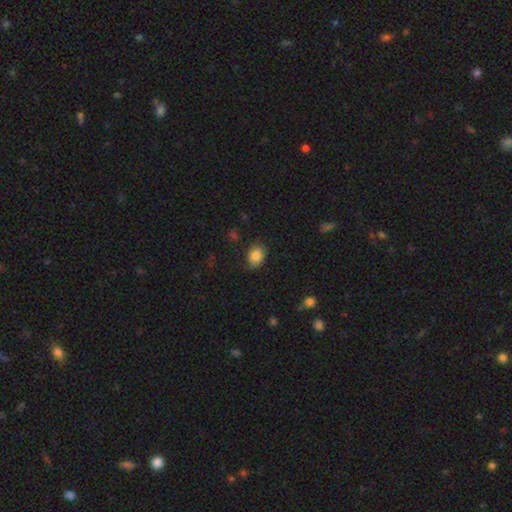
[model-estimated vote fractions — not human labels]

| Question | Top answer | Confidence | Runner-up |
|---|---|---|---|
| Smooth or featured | smooth | 83% | star or artifact (9%) |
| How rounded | in between | 64% | round (35%) |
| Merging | none | 71% | minor disturbance (23%) |